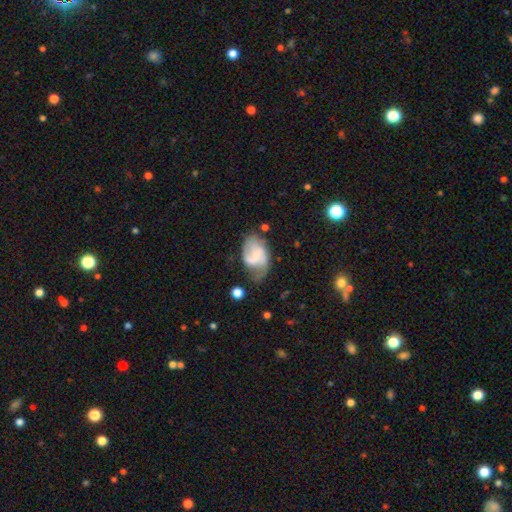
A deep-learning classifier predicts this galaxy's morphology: smooth-or-featured: featured or disk: 62% | smooth: 31% | star or artifact: 7%
  disk-edge-on: no: 97% | yes: 3%
    bar: no: 55% | weak: 38% | strong: 8%
    has-spiral-arms: yes: 84% | no: 16%
      spiral-winding: medium: 44% | loose: 32% | tight: 24%
      spiral-arm-count: 2: 67% | can't tell: 16% | 1: 11% | 3: 4% | 4: 1% | more than 4: 1%
    bulge-size: small: 60% | moderate: 27% | none: 10% | large: 3% | dominant: 1%
  merging: none: 41% | minor disturbance: 33% | major disturbance: 20% | merger: 6%